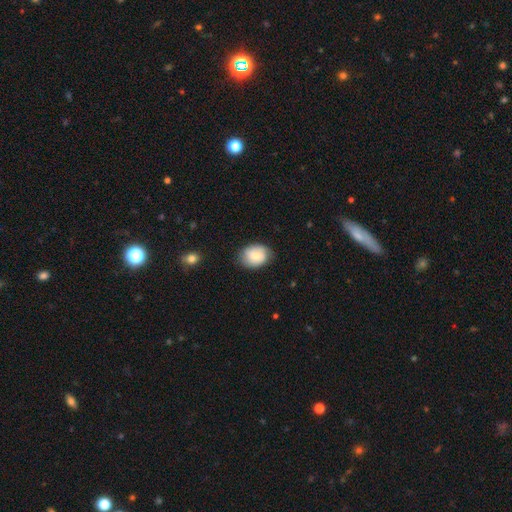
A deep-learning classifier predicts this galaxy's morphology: A smooth galaxy with no disk features (67%) that is in between round and cigar-shaped (64%). Merging: none (76%).